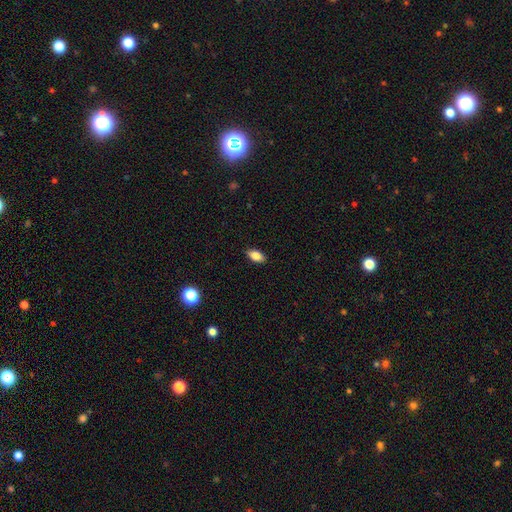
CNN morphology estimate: smooth-or-featured: smooth: 82% | featured or disk: 9% | star or artifact: 8%
  how-rounded: in between: 89% | cigar-shaped: 6% | round: 5%
  merging: none: 88% | minor disturbance: 9% | major disturbance: 2% | merger: 1%